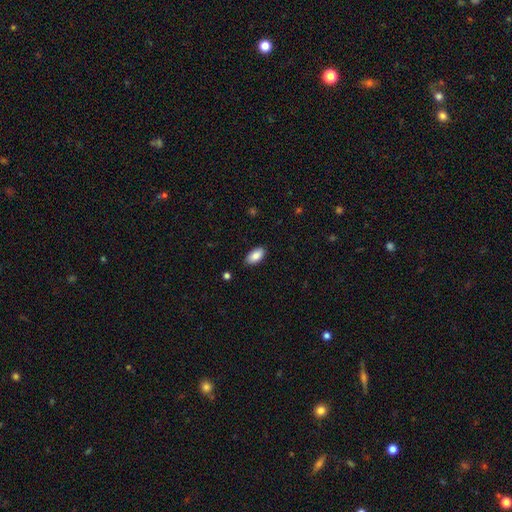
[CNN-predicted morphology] Overall: smooth (87%). How rounded: in between (94%). Merging: none (88%).